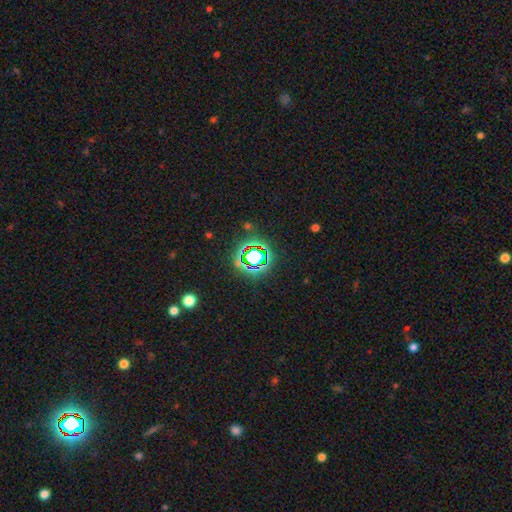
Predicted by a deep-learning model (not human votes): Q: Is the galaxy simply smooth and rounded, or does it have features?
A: star or artifact — 70%.